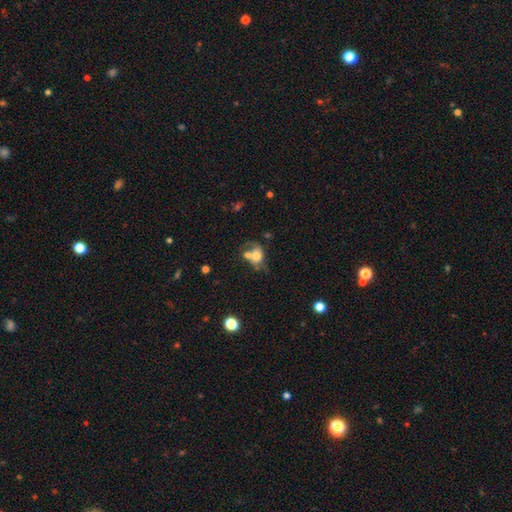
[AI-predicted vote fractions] smooth 59%, featured or disk 30%, star or artifact 11%. Down the decision tree: how rounded — in between (60%); merging — merger (44%).